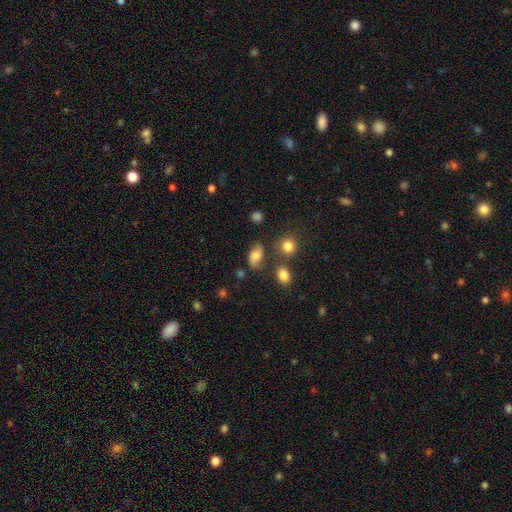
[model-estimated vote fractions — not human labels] smooth 76%, featured or disk 13%, star or artifact 11%. Down the decision tree: how rounded — in between (85%); merging — none (62%).